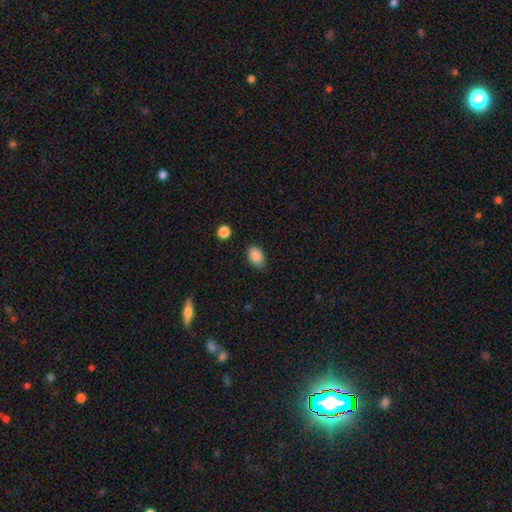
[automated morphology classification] Smooth or featured? Predicted: smooth (p=0.88). How rounded? Predicted: in between (p=0.83). Merging? Predicted: none (p=0.75).